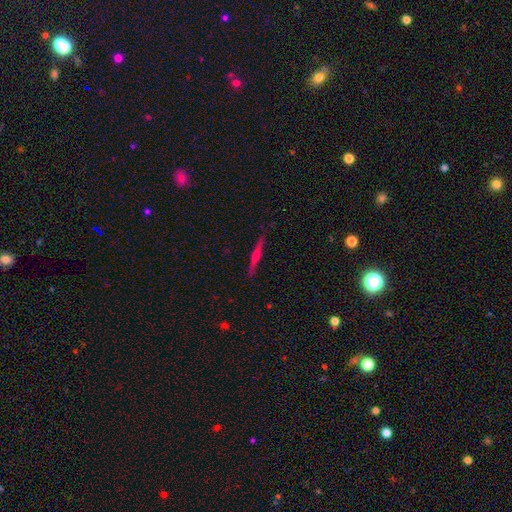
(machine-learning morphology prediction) Smooth or featured?
  - featured or disk: 64% *
  - smooth: 29%
  - star or artifact: 7%
Edge-on disk?
  - yes: 98% *
  - no: 2%
Edge-on bulge?
  - rounded: 80% *
  - none: 14%
  - boxy: 6%
Merging?
  - none: 90% *
  - minor disturbance: 7%
  - major disturbance: 1%
  - merger: 1%